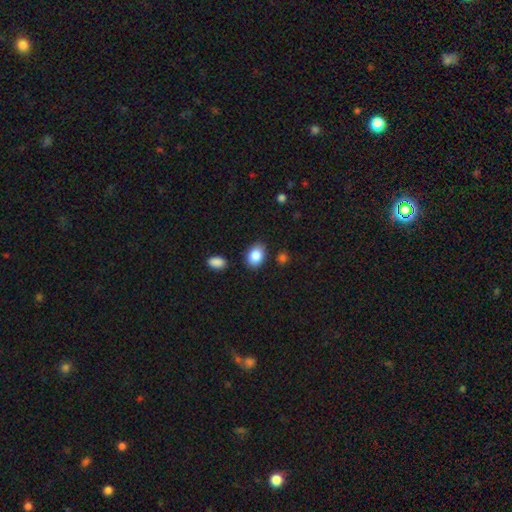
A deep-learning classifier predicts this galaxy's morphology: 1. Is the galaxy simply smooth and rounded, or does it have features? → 87% smooth, 8% star or artifact, 6% featured or disk.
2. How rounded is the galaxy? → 77% in between, 22% round, 1% cigar-shaped.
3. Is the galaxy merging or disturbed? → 83% none, 11% minor disturbance, 4% merger, 3% major disturbance.